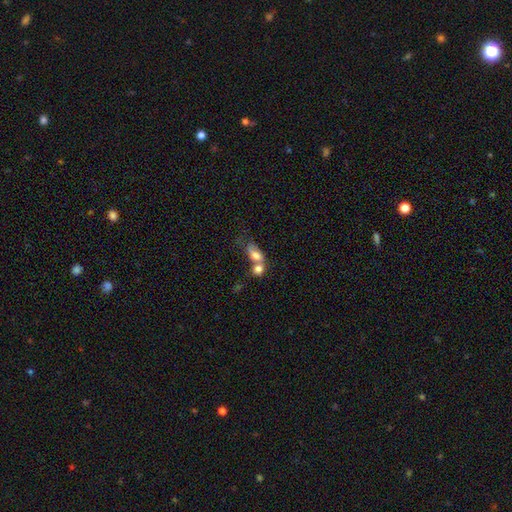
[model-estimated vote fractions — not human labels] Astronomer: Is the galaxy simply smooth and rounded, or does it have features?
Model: smooth — 71%.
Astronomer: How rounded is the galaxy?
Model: in between — 68%.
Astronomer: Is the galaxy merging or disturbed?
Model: merger — 68%.